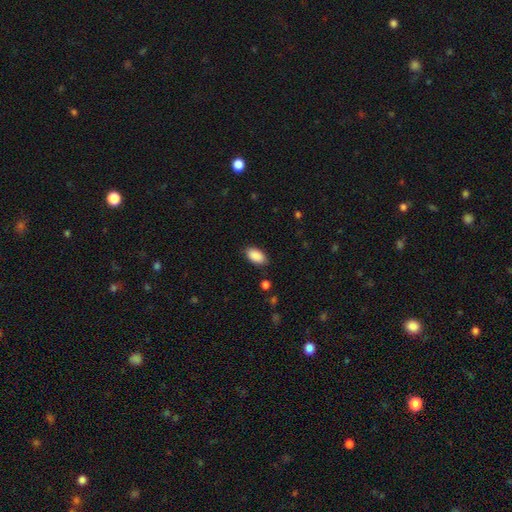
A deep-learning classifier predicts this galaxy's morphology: Smooth or featured: smooth — 90% (star or artifact — 7%)
How rounded: in between — 94% (round — 4%)
Merging: none — 86% (minor disturbance — 10%)